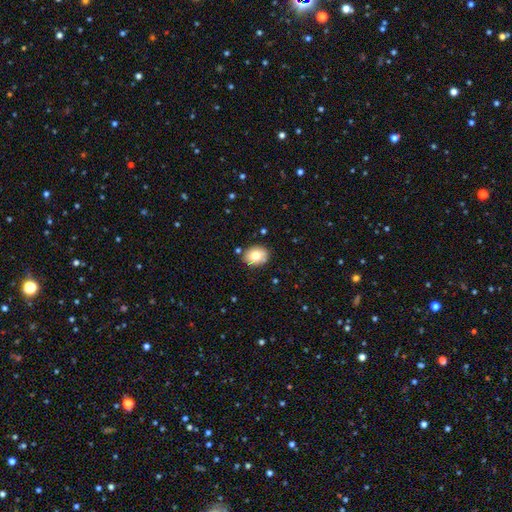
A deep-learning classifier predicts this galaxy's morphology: smooth 74%, featured or disk 16%, star or artifact 9%. Down the decision tree: how rounded — in between (53%); merging — none (81%).